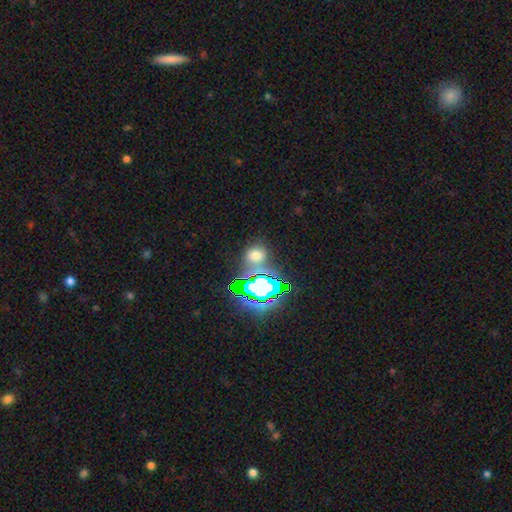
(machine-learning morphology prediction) Overall: smooth (54%; star or artifact 36%). How rounded: round (67%; in between 32%). Merging: none (69%).